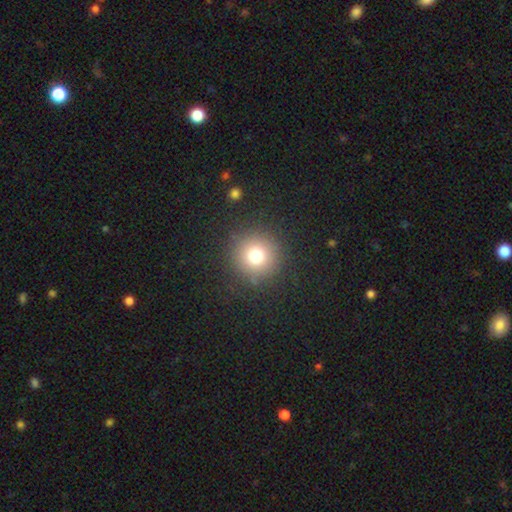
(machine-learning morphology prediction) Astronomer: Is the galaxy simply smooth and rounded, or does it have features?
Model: smooth — 74%.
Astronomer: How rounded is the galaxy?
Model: round — 95%.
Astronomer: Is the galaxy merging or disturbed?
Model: none — 88%.